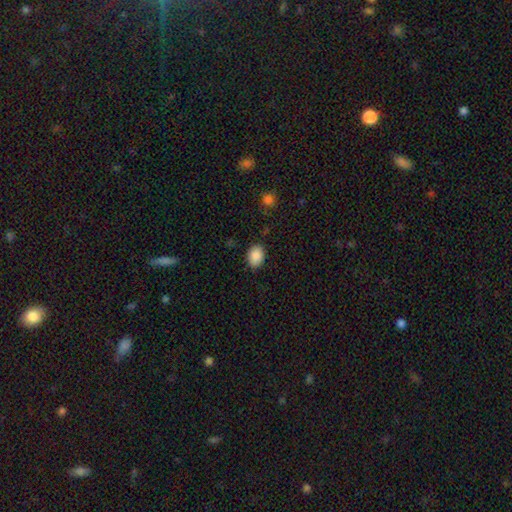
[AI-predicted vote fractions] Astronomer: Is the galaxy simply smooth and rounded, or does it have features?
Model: smooth — 89%.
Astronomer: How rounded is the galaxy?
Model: in between — 70%.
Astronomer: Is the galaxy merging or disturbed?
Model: none — 84%.